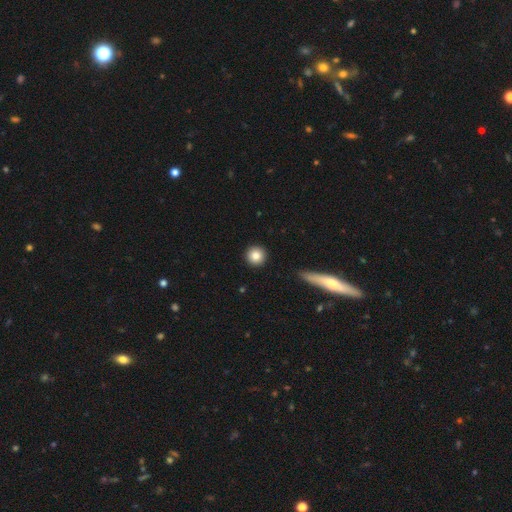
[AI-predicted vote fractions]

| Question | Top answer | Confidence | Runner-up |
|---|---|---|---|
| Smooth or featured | smooth | 83% | star or artifact (9%) |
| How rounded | round | 95% | in between (4%) |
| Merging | none | 92% | minor disturbance (5%) |